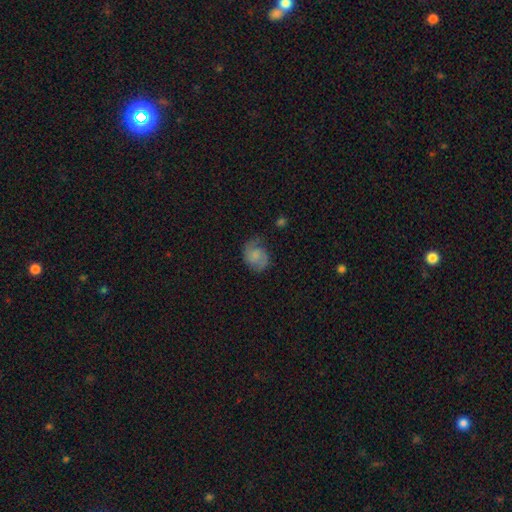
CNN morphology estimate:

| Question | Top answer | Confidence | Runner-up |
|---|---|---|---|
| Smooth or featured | featured or disk | 51% | smooth (40%) |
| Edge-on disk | no | 98% | yes (2%) |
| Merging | none | 63% | minor disturbance (24%) |